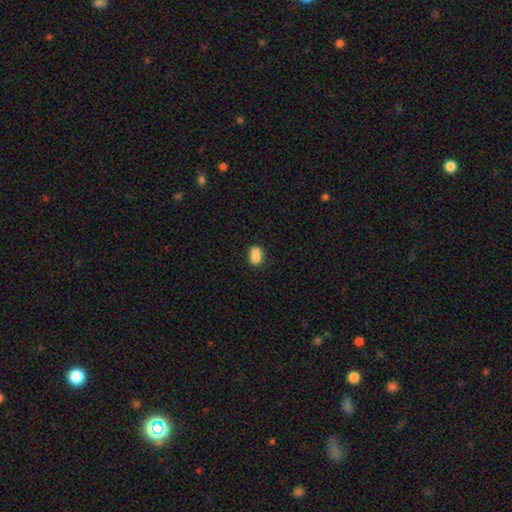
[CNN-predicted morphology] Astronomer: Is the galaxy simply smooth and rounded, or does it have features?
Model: smooth — 78%.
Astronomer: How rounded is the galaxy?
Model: in between — 67%.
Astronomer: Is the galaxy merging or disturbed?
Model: merger — 41% (runner-up: none, 39%).